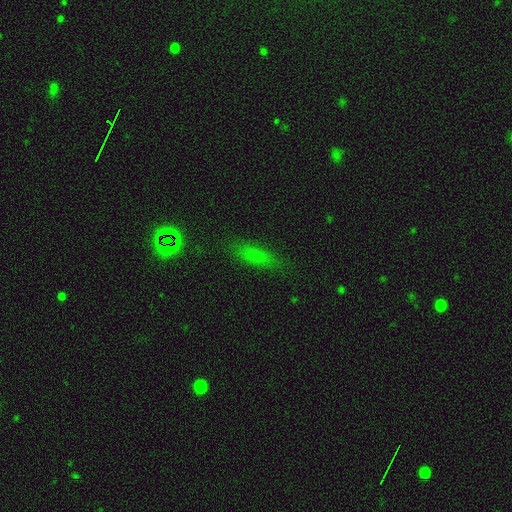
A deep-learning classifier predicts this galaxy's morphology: smooth_or_featured: smooth (p=0.64) [alt: star or artifact p=0.19]
how_rounded: cigar-shaped (p=0.49) [alt: in between p=0.47]
merging: none (p=0.79) [alt: minor disturbance p=0.15]